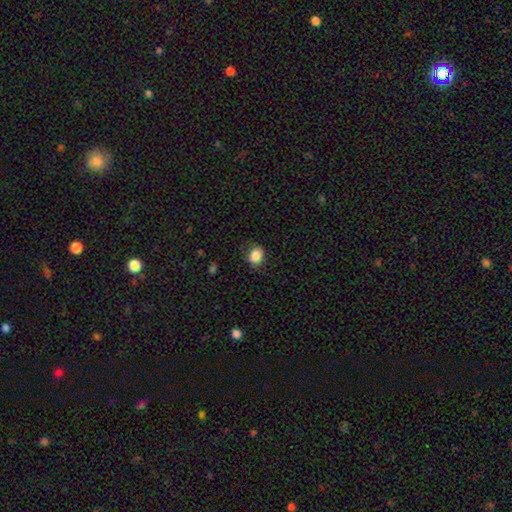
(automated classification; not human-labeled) smooth 87%, star or artifact 9%, featured or disk 4%. Down the decision tree: how rounded — round (53%); merging — none (77%).